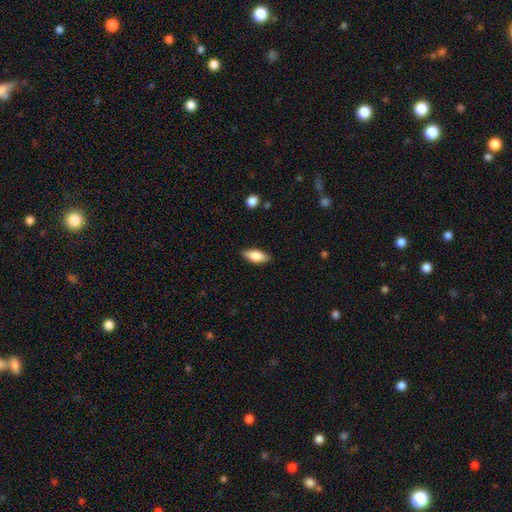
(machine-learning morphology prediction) Overall: smooth (81%). How rounded: in between (81%). Merging: none (87%).